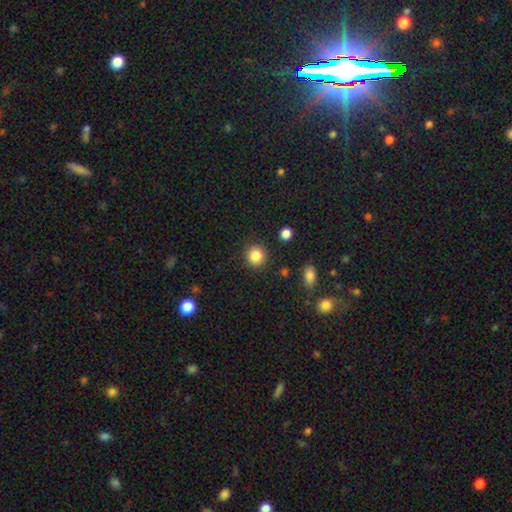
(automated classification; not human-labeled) Smooth or featured: smooth — 86% (star or artifact — 10%)
How rounded: round — 90% (in between — 9%)
Merging: none — 88% (minor disturbance — 7%)